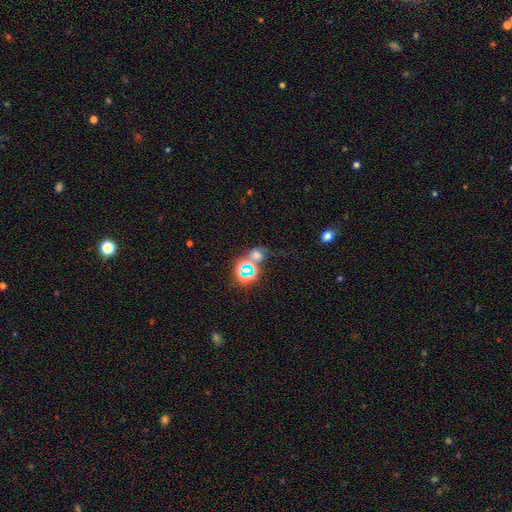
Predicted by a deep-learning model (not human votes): The model was most divided on "smooth or featured": star or artifact: 49%, smooth: 38%, featured or disk: 13%.